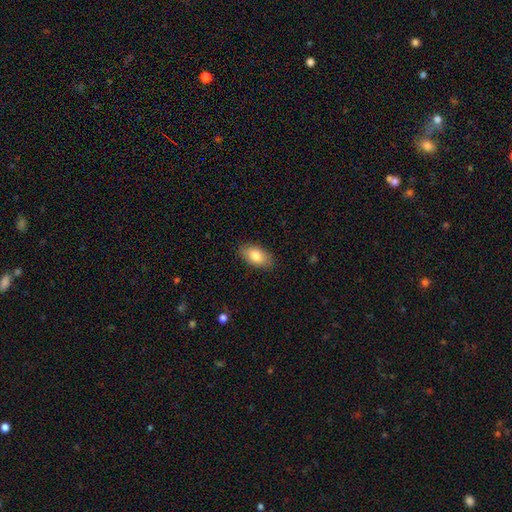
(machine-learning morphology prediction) This appears to be a smooth galaxy with no disk features (82%) that is in between round and cigar-shaped (92%). Merging: none (87%).